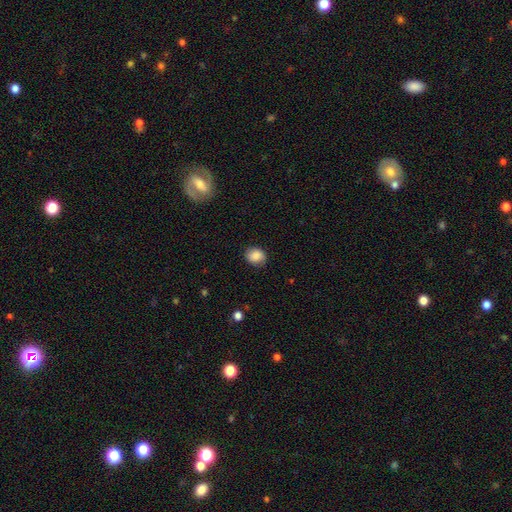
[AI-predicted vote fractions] The model was most divided on "how rounded": round: 68%, in between: 31%, cigar-shaped: 1%. More confident: smooth or featured — smooth (86%); merging — none (84%).